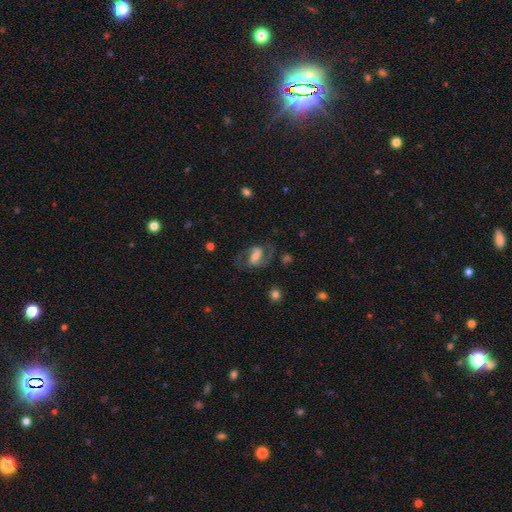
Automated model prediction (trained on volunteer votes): smooth_or_featured: featured or disk (p=0.82) [alt: smooth p=0.12]
disk_edge_on: no (p=0.97) [alt: yes p=0.03]
bar: weak (p=0.42) [alt: strong p=0.41]
has_spiral_arms: yes (p=0.94) [alt: no p=0.06]
spiral_winding: medium (p=0.59) [alt: loose p=0.26]
spiral_arm_count: 2 (p=0.92) [alt: can't tell p=0.03]
bulge_size: moderate (p=0.43) [alt: small p=0.35]
merging: none (p=0.74) [alt: minor disturbance p=0.14]